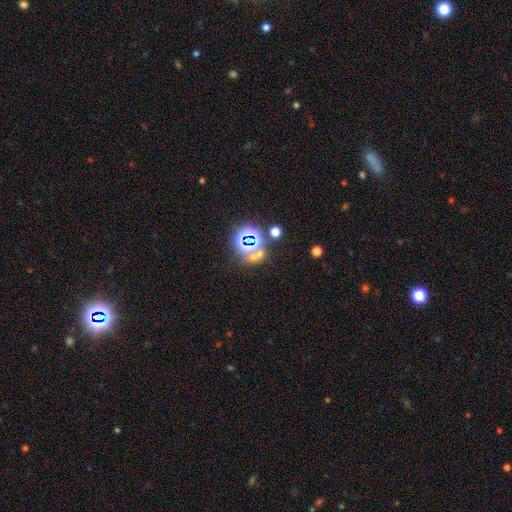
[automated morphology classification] smooth_or_featured: star or artifact (p=0.54) [alt: smooth p=0.34]